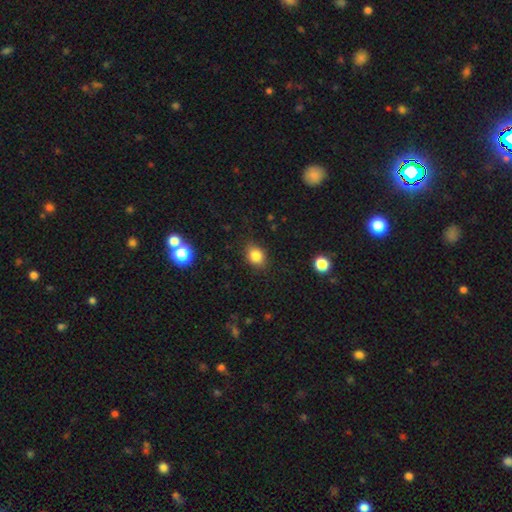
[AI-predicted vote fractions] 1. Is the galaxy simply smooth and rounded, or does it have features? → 83% smooth, 11% star or artifact, 6% featured or disk.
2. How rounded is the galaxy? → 55% round, 44% in between, 1% cigar-shaped.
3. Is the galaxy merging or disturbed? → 82% none, 13% minor disturbance, 3% major disturbance, 1% merger.